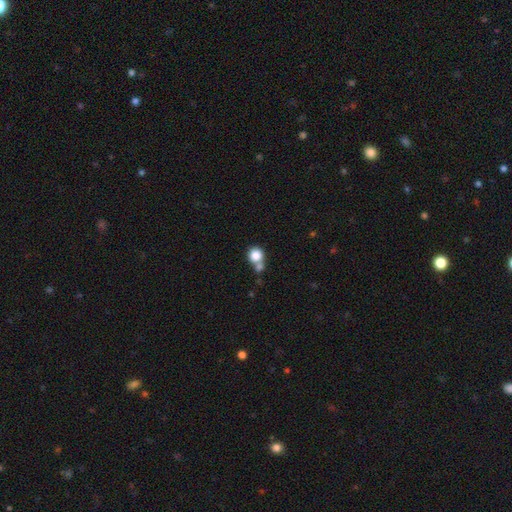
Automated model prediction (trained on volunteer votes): The model was most divided on "merging": none: 45%, merger: 41%, minor disturbance: 9%, major disturbance: 5%. More confident: how rounded — round (88%); smooth or featured — smooth (83%).